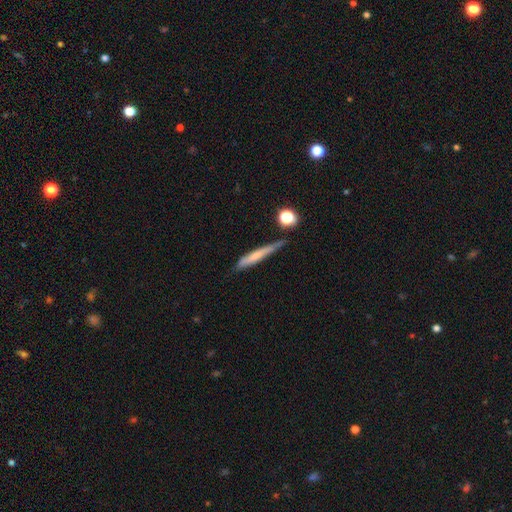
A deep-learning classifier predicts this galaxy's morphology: Smooth or featured? Predicted: smooth (p=0.62). How rounded? Predicted: cigar-shaped (p=0.93). Merging? Predicted: none (p=0.66).